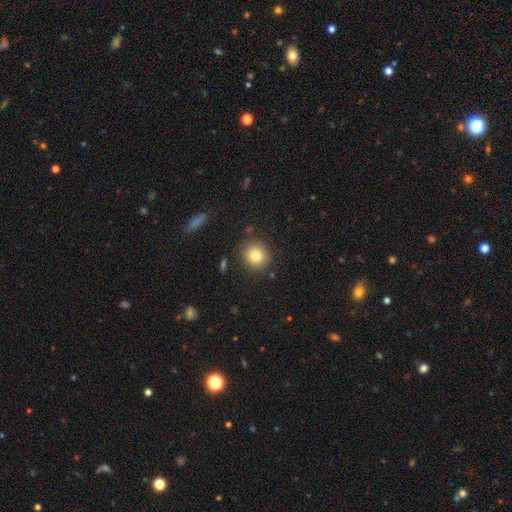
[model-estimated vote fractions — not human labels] Smooth or featured?
  - smooth: 81% *
  - star or artifact: 11%
  - featured or disk: 9%
How rounded?
  - round: 89% *
  - in between: 10%
  - cigar-shaped: 1%
Merging?
  - none: 86% *
  - minor disturbance: 9%
  - major disturbance: 3%
  - merger: 2%